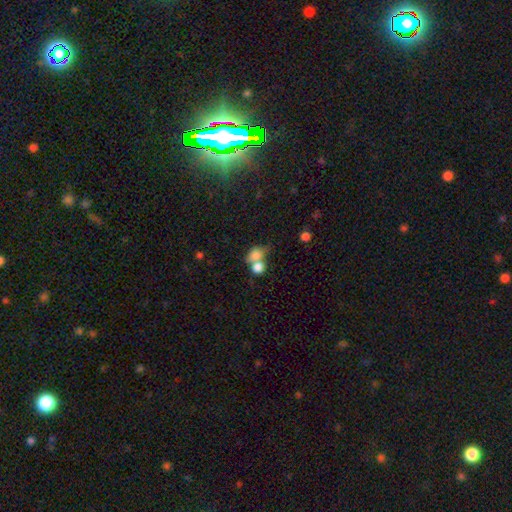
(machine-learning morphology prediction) Smooth or featured?
  - smooth: 78% *
  - featured or disk: 12%
  - star or artifact: 10%
How rounded?
  - in between: 51% *
  - round: 47%
  - cigar-shaped: 2%
Merging?
  - merger: 58% *
  - none: 27%
  - minor disturbance: 10%
  - major disturbance: 6%